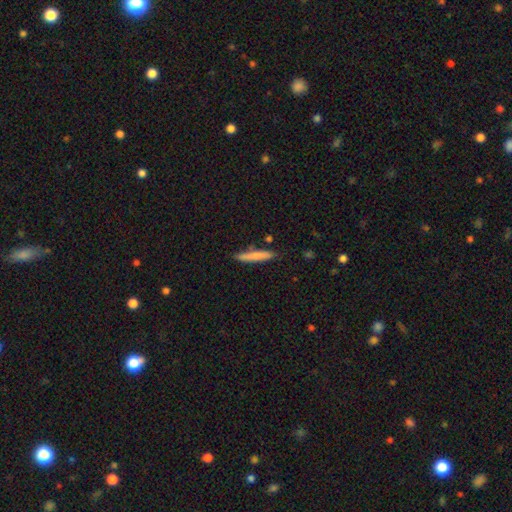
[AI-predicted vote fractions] This appears to be a smooth galaxy with no disk features (76%) that is cigar-shaped (92%). Merging: none (81%).